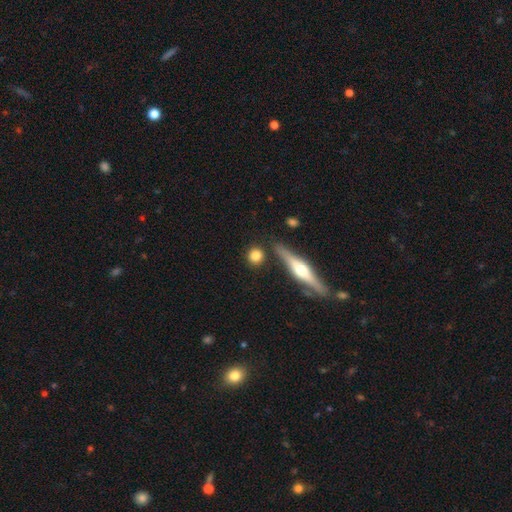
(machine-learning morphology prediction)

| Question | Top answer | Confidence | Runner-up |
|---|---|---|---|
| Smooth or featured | smooth | 78% | featured or disk (14%) |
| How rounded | round | 85% | in between (10%) |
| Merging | none | 81% | minor disturbance (9%) |